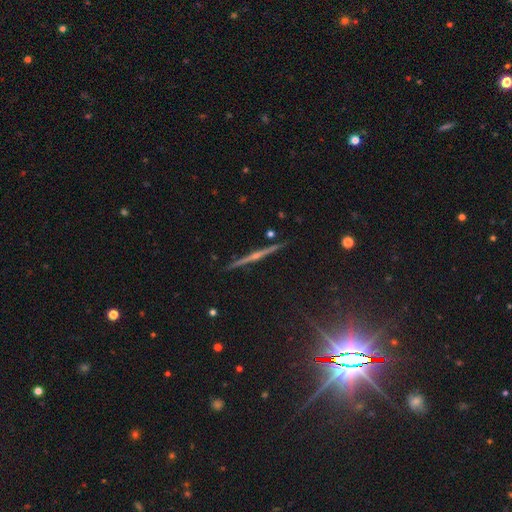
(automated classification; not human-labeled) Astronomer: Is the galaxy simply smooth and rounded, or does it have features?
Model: featured or disk — 80%.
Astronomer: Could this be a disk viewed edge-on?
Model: yes — 98%.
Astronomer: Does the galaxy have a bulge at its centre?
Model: rounded — 80%.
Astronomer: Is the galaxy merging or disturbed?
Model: none — 92%.